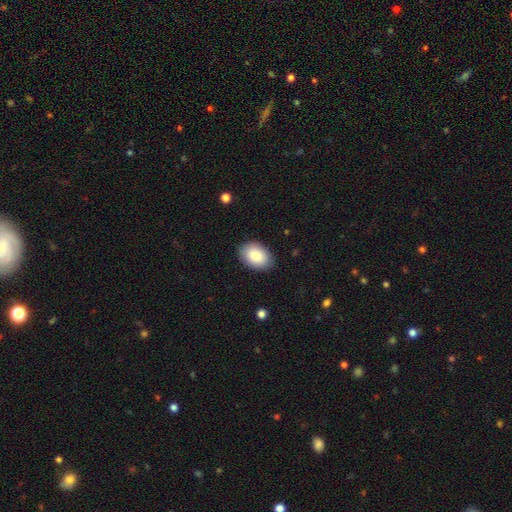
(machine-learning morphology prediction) The model was most divided on "how rounded": in between: 86%, round: 13%, cigar-shaped: 1%. More confident: merging — none (87%); smooth or featured — smooth (86%).